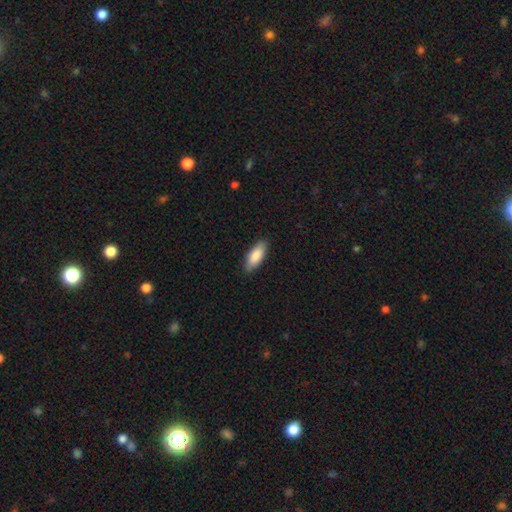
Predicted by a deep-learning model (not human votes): smooth 86%, featured or disk 8%, star or artifact 5%. Down the decision tree: how rounded — in between (75%); merging — none (88%).